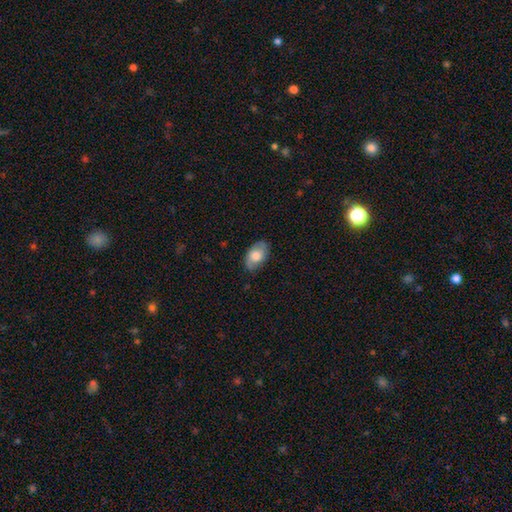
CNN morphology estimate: Smooth or featured? smooth (66%)
How rounded? in between (91%)
Merging? none (79%)